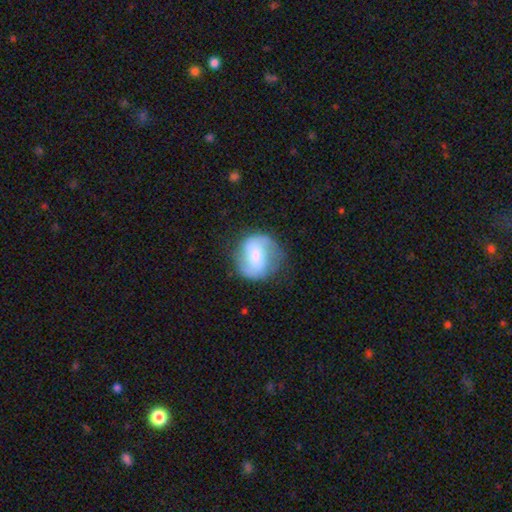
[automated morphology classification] The model was most divided on "spiral winding": medium: 42%, loose: 39%, tight: 20%. Remaining: edge-on disk — no (97%); spiral arm count — 2 (85%); spiral arms — yes (84%); merging — none (73%); smooth or featured — featured or disk (63%); bulge size — moderate (56%); bar — weak (43%).